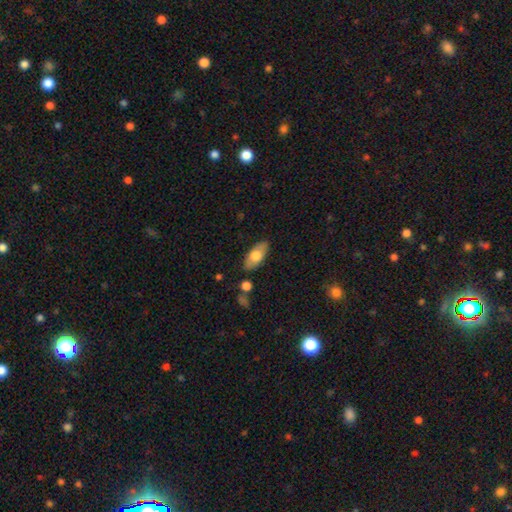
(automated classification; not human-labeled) This is likely a smooth galaxy (68%). How rounded: clearly in between (88%). Merging: clearly none (85%).